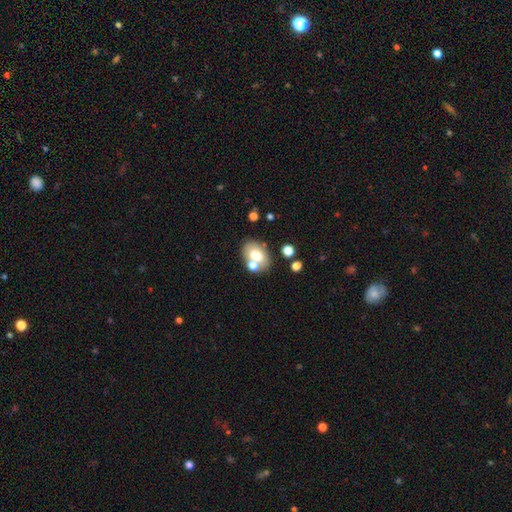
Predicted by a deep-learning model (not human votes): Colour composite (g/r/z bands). It shows a smooth galaxy with no disk features (68%) that is in between round and cigar-shaped (77%). Merging: none (60%).